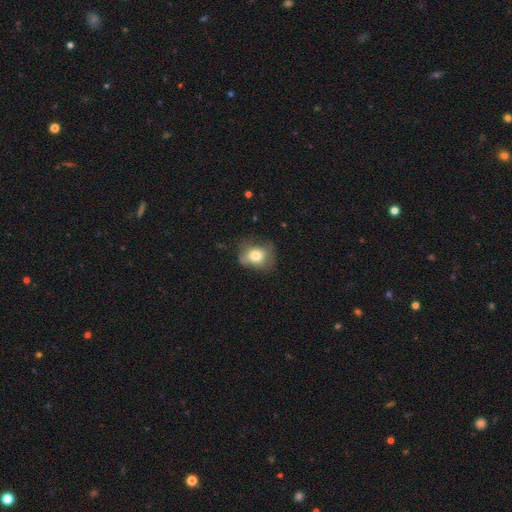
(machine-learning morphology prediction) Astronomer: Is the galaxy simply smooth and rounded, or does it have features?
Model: smooth — 72%.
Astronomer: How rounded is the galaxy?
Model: round — 52% (runner-up: in between, 47%).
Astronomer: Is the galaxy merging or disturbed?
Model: none — 51% (runner-up: minor disturbance, 31%).